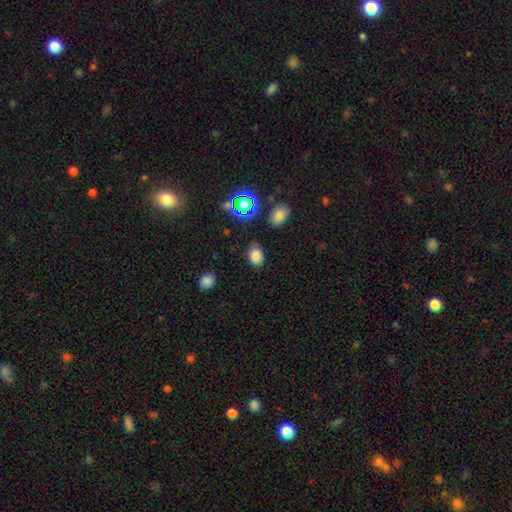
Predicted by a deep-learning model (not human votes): Smooth or featured?
  - smooth: 79% *
  - star or artifact: 14%
  - featured or disk: 7%
How rounded?
  - in between: 78% *
  - round: 21%
  - cigar-shaped: 1%
Merging?
  - none: 78% *
  - minor disturbance: 15%
  - major disturbance: 4%
  - merger: 3%